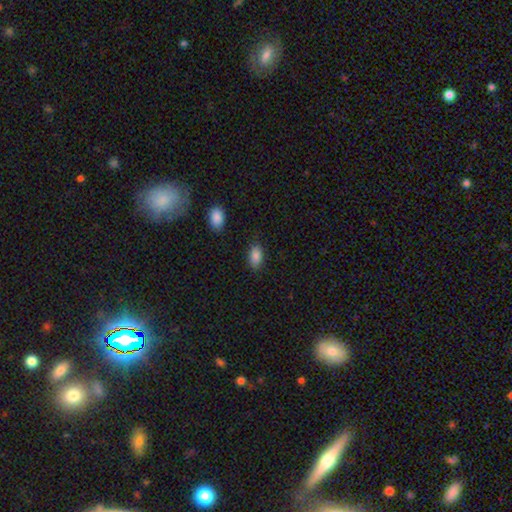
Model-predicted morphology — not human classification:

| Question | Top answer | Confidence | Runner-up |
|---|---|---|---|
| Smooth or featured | smooth | 86% | star or artifact (8%) |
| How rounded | in between | 92% | round (5%) |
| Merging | none | 83% | minor disturbance (12%) |